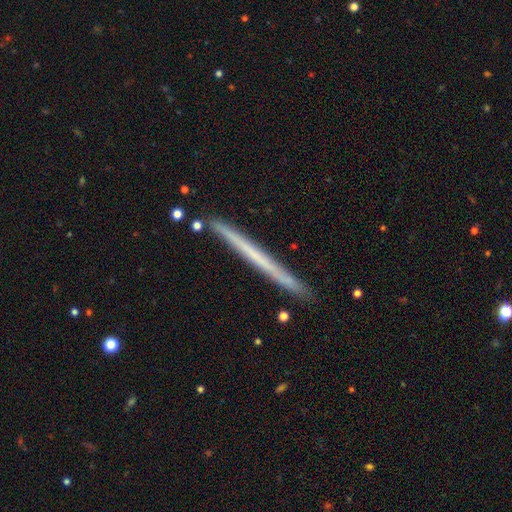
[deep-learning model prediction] Smooth or featured? Predicted: featured or disk (p=0.49). Merging? Predicted: none (p=0.90).